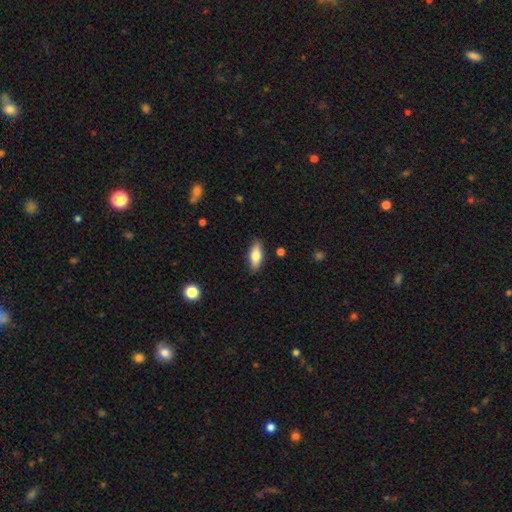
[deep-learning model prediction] A smooth galaxy with no disk features (76%) that is in between round and cigar-shaped (77%).

Vote fractions:
- Smooth or featured? smooth: 76% / featured or disk: 17% / star or artifact: 7%
- How rounded? in between: 77% / cigar-shaped: 21% / round: 3%
- Merging? none: 88% / minor disturbance: 9% / major disturbance: 2% / merger: 1%